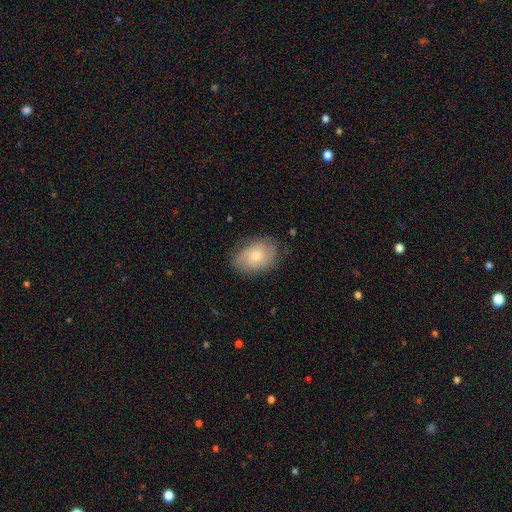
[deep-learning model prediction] Q: Smooth or featured?
A: featured or disk (51%); runner-up: smooth (42%)
Q: Edge-on disk?
A: no (96%); runner-up: yes (4%)
Q: Merging?
A: none (73%); runner-up: minor disturbance (20%)